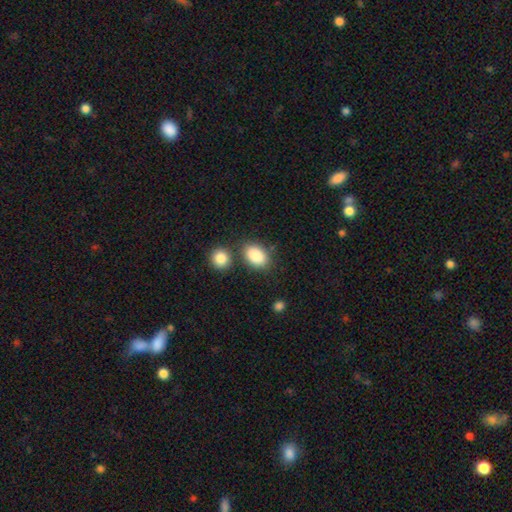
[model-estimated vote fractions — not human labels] Morphology: type=smooth (88%); roundness=in between (86%); merging=none (70%).